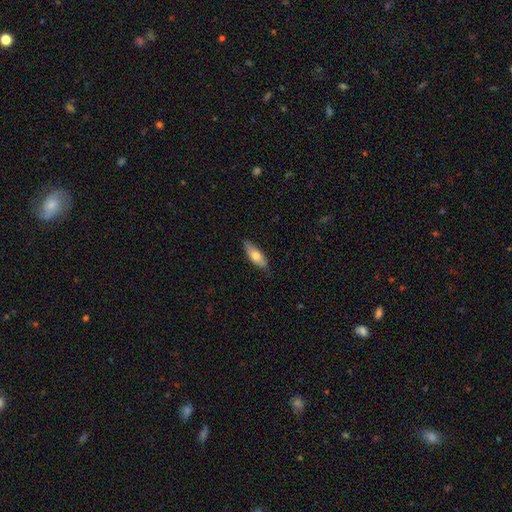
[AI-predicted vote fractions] Morphology: type=smooth (69%); roundness=in between (66%); merging=none (80%).